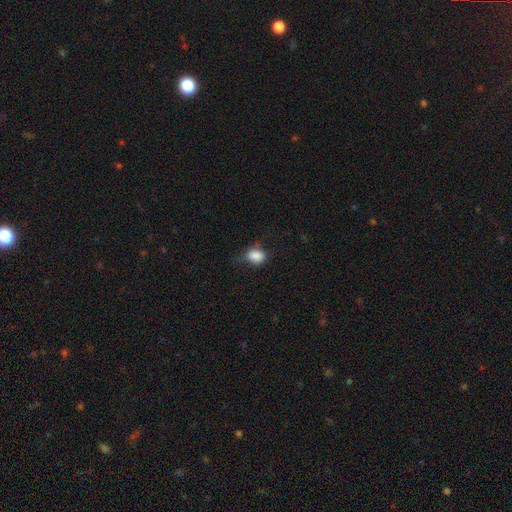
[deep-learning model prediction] A smooth galaxy with no disk features (84%) that is in between round and cigar-shaped (57%).

Vote fractions:
- Smooth or featured? smooth: 84% / star or artifact: 9% / featured or disk: 7%
- How rounded? in between: 57% / round: 41% / cigar-shaped: 1%
- Merging? none: 49% / minor disturbance: 35% / major disturbance: 15% / merger: 2%